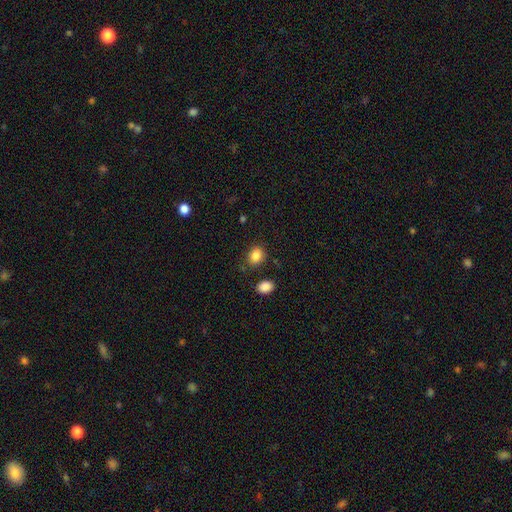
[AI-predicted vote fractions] Overall: smooth (86%). How rounded: round (53%; in between 46%). Merging: none (80%).